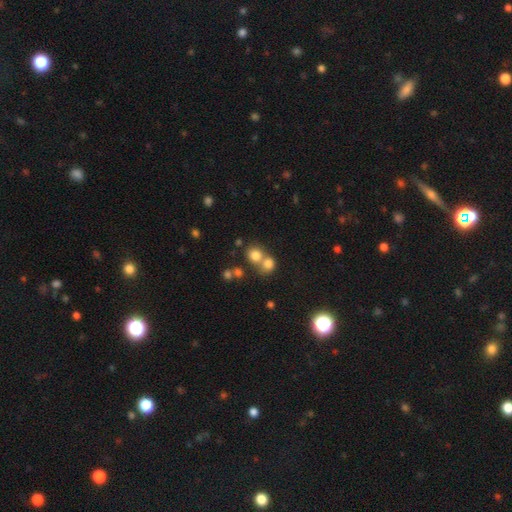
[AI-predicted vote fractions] Smooth or featured? Predicted: smooth (p=0.76). How rounded? Predicted: round (p=0.82). Merging? Predicted: merger (p=0.46).